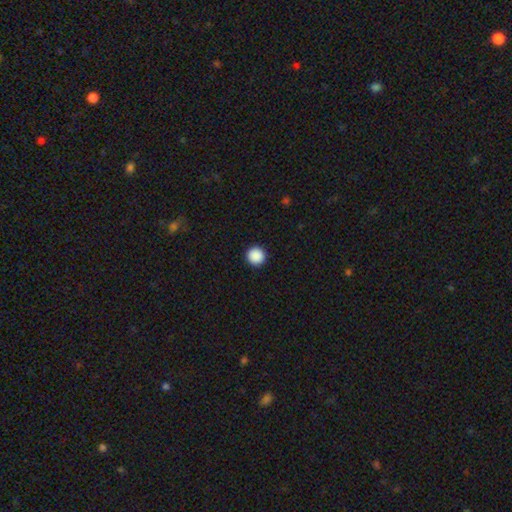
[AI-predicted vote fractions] smooth_or_featured: smooth (p=0.90) [alt: star or artifact p=0.08]
how_rounded: round (p=0.96) [alt: in between p=0.03]
merging: none (p=0.94) [alt: minor disturbance p=0.04]